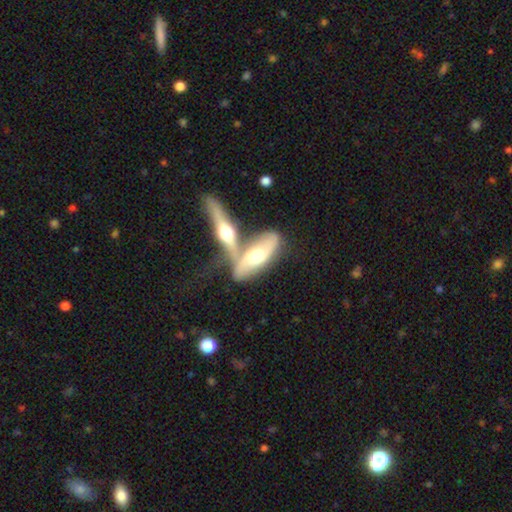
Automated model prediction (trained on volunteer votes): smooth_or_featured: featured or disk (p=0.68) [alt: smooth p=0.26]
disk_edge_on: yes (p=0.68) [alt: no p=0.32]
merging: merger (p=0.53) [alt: none p=0.32]